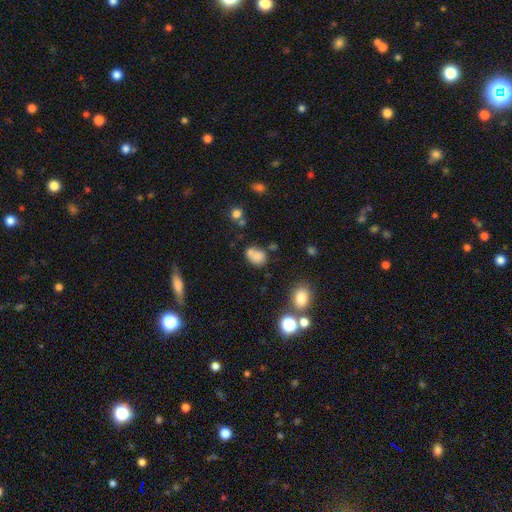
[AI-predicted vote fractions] Overall: smooth (76%). How rounded: in between (58%; round 41%). Merging: none (42%; merger 34%).